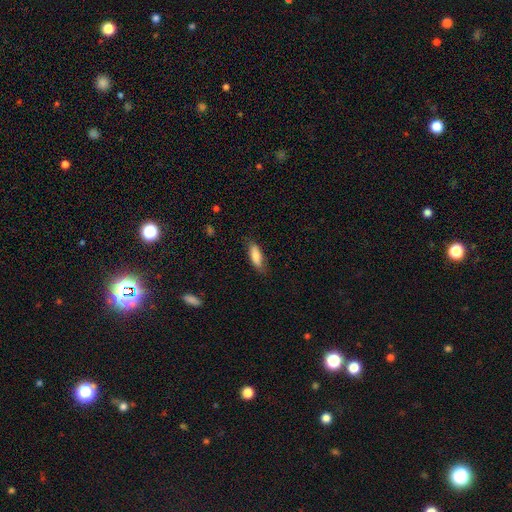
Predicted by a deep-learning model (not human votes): smooth 83%, featured or disk 11%, star or artifact 6%. Down the decision tree: how rounded — in between (62%); merging — none (75%).